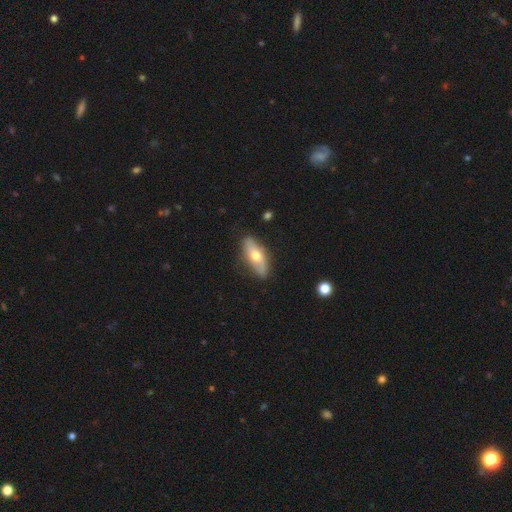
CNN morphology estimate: Overall: smooth (52%; featured or disk 42%). How rounded: in between (66%; cigar-shaped 31%). Merging: none (81%).